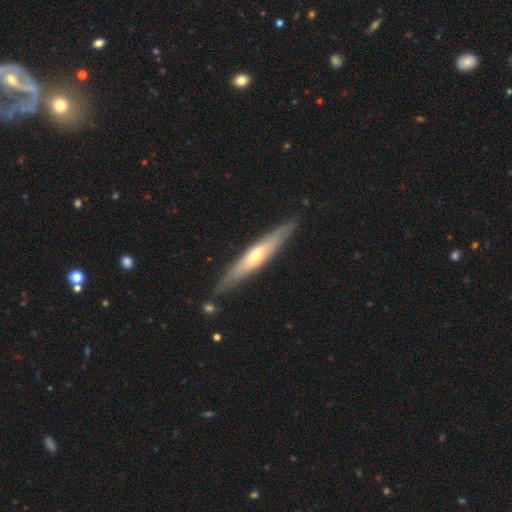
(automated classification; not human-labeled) Smooth or featured? Predicted: featured or disk (p=0.60). Edge-on disk? Predicted: yes (p=0.85). Edge-on bulge? Predicted: rounded (p=0.72). Merging? Predicted: none (p=0.84).